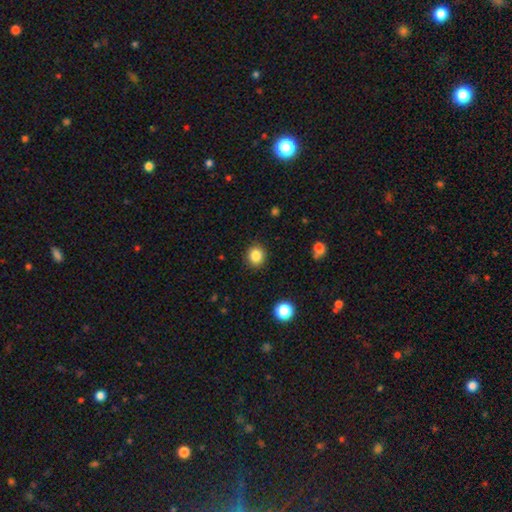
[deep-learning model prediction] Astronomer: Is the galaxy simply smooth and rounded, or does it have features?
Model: smooth — 85%.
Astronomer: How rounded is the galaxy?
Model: round — 85%.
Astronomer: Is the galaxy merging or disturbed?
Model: none — 90%.